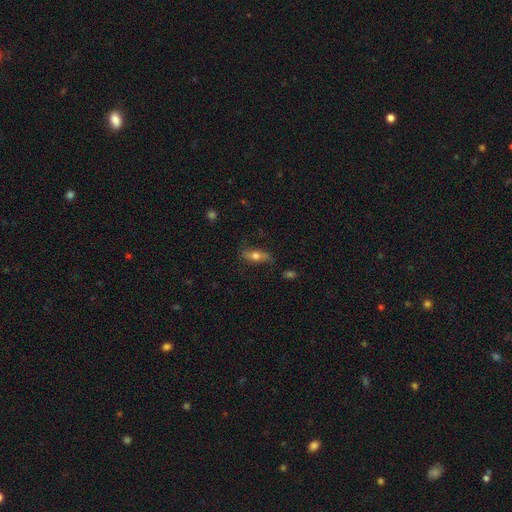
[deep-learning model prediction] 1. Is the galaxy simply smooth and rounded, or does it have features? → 51% smooth, 41% featured or disk, 8% star or artifact.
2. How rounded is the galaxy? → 55% in between, 40% cigar-shaped, 6% round.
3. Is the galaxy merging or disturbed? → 74% none, 19% minor disturbance, 5% major disturbance, 2% merger.